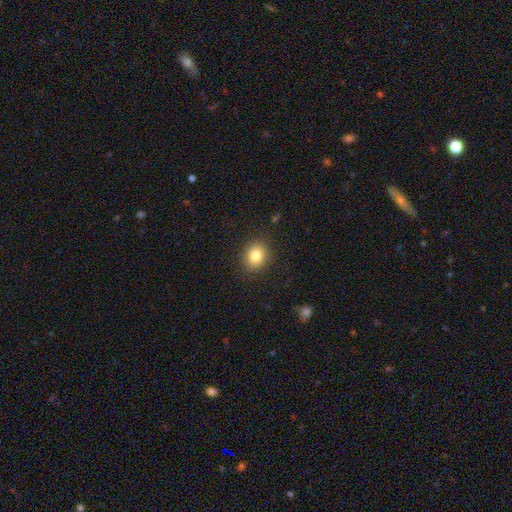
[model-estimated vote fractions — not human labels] Smooth or featured? Predicted: smooth (p=0.82). How rounded? Predicted: round (p=0.67). Merging? Predicted: none (p=0.89).